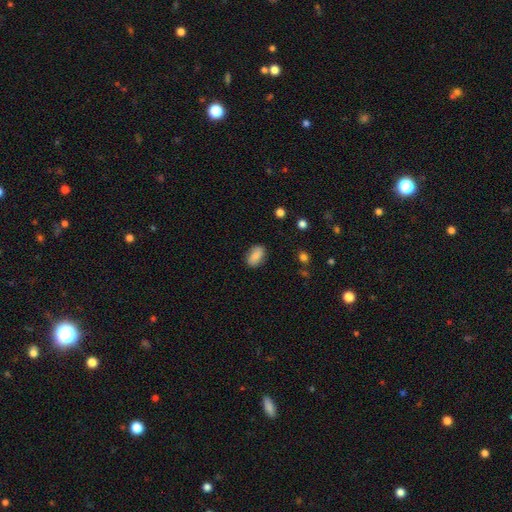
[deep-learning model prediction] Smooth or featured?
  - smooth: 79% *
  - featured or disk: 13%
  - star or artifact: 7%
How rounded?
  - in between: 88% *
  - round: 9%
  - cigar-shaped: 3%
Merging?
  - none: 83% *
  - minor disturbance: 13%
  - major disturbance: 3%
  - merger: 1%